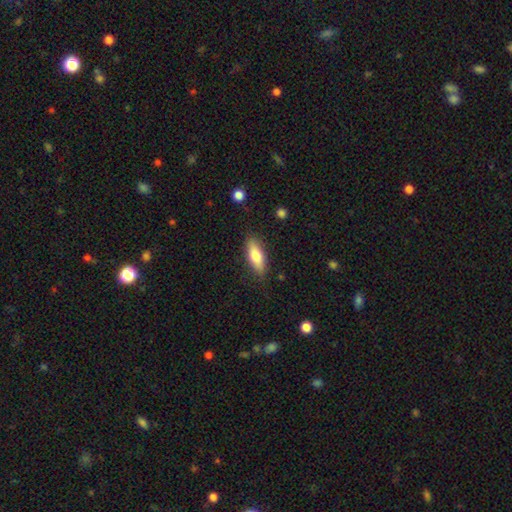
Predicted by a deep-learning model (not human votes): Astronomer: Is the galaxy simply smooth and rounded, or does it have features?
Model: smooth — 69%.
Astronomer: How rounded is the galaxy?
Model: in between — 62%.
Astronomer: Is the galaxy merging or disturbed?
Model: none — 85%.